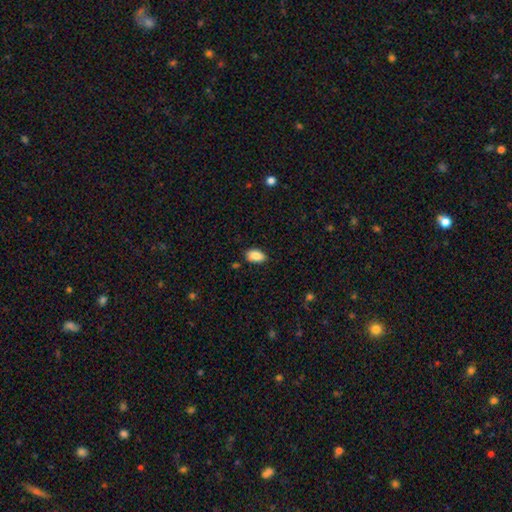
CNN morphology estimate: A smooth galaxy with no disk features (87%) that is in between round and cigar-shaped (92%). Merging: none (81%).